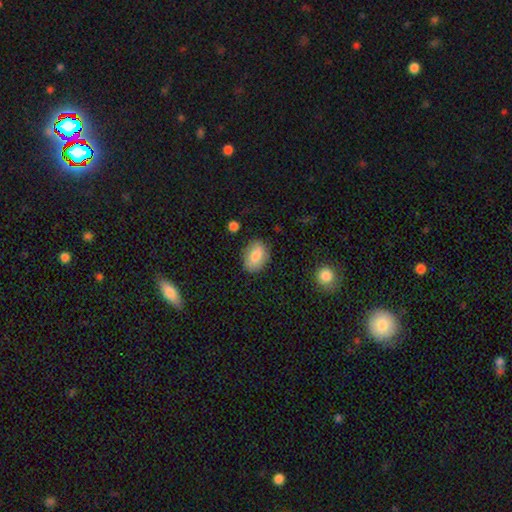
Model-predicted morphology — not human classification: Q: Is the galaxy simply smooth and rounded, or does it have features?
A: smooth — 83%.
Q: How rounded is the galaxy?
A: in between — 82%.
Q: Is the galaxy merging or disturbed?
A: none — 81%.